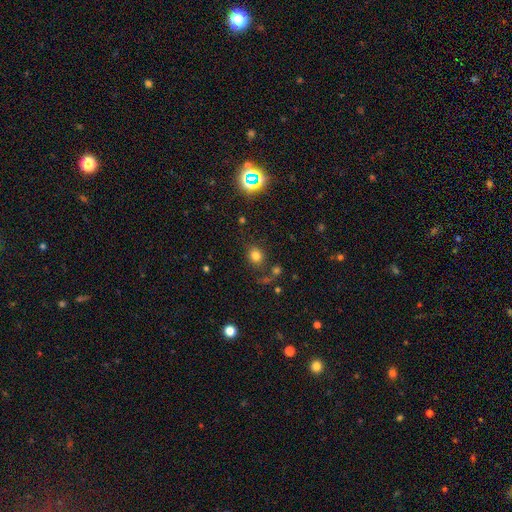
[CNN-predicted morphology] Smooth or featured: smooth — 76% (star or artifact — 17%)
How rounded: round — 71% (in between — 28%)
Merging: none — 75% (minor disturbance — 12%)